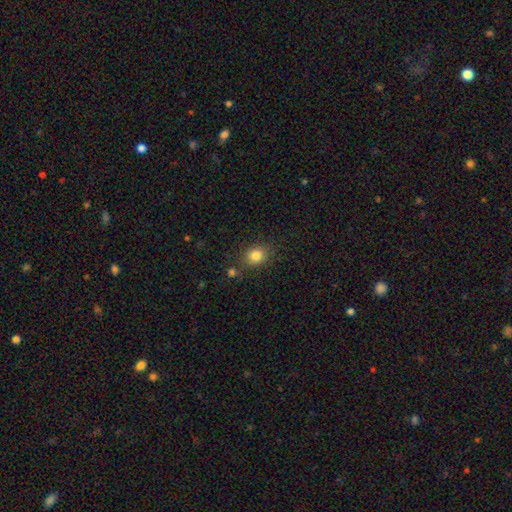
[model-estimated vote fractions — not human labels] Overall: smooth (83%). How rounded: round (60%; in between 39%). Merging: none (79%).